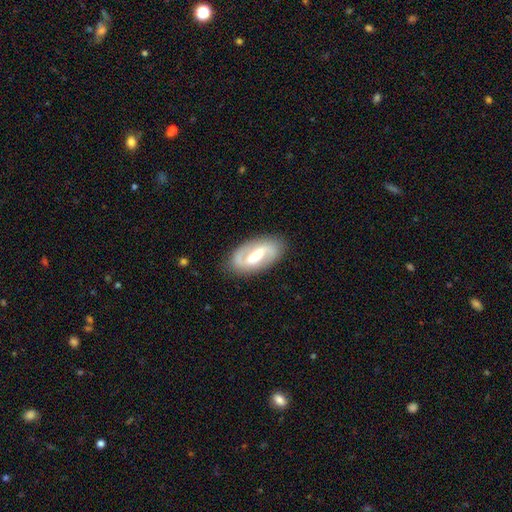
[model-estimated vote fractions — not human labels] A featured or disk galaxy (79%) with a strong bar (46%), 2 (89%) medium (46%) spiral arms (86%) and a moderate central bulge (57%).

Vote fractions:
- Smooth or featured? featured or disk: 79% / smooth: 16% / star or artifact: 5%
- Edge-on disk? no: 95% / yes: 5%
- Bar? strong: 46% / weak: 40% / no: 13%
- Spiral arms? yes: 86% / no: 14%
- Spiral winding? medium: 46% / loose: 31% / tight: 23%
- Spiral arm count? 2: 89% / can't tell: 5% / 1: 4% / 3: 1% / 4: 1% / more than 4: 1%
- Bulge size? moderate: 57% / large: 19% / small: 19% / none: 3% / dominant: 2%
- Merging? none: 84% / minor disturbance: 11% / major disturbance: 4% / merger: 1%